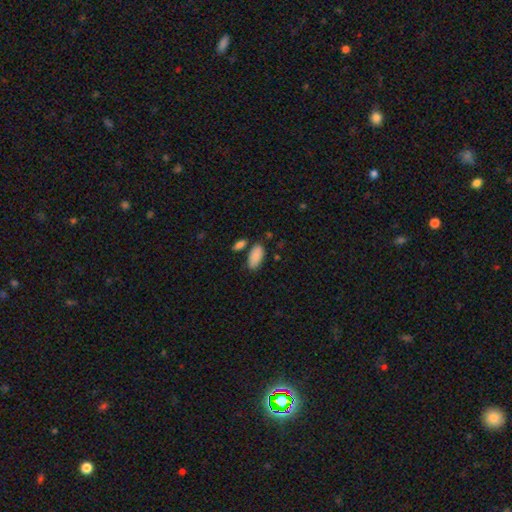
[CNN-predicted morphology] type=smooth (88%); roundness=in between (93%); merging=none (75%).